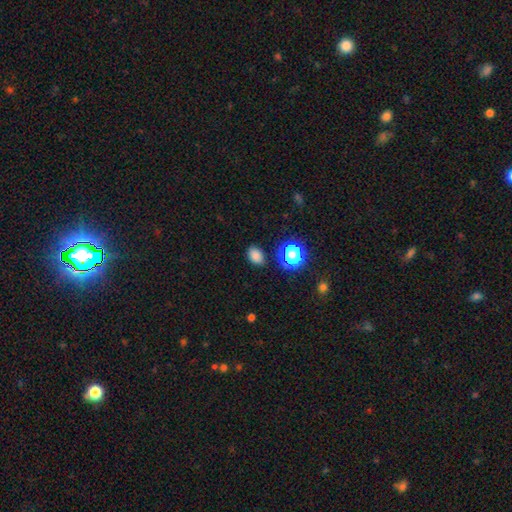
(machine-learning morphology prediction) This is likely a smooth galaxy (79%). How rounded: likely in between (71%). Merging: clearly none (84%).